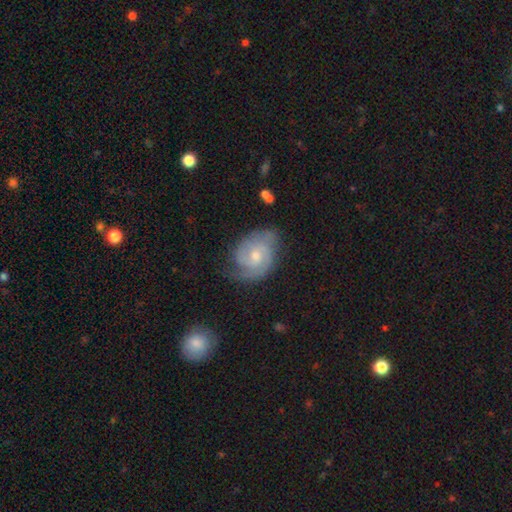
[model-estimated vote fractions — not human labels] smooth-or-featured: featured or disk: 81% | smooth: 14% | star or artifact: 5%
  disk-edge-on: no: 97% | yes: 3%
    bar: no: 62% | weak: 33% | strong: 4%
    has-spiral-arms: yes: 95% | no: 5%
      spiral-winding: tight: 54% | medium: 37% | loose: 9%
      spiral-arm-count: 2: 64% | can't tell: 15% | 3: 12% | 1: 4% | 4: 3% | more than 4: 2%
    bulge-size: moderate: 52% | small: 43% | large: 2% | none: 2% | dominant: 1%
  merging: none: 67% | minor disturbance: 23% | major disturbance: 8% | merger: 2%